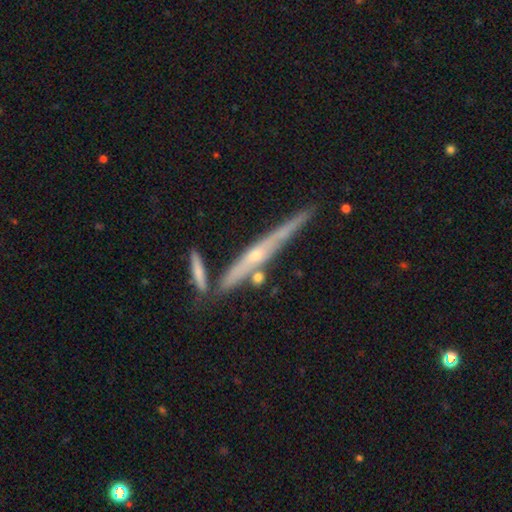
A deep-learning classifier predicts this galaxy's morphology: type=featured or disk (74%); edge-on=yes (95%); edge-on bulge=rounded (61%); merging=none (73%).